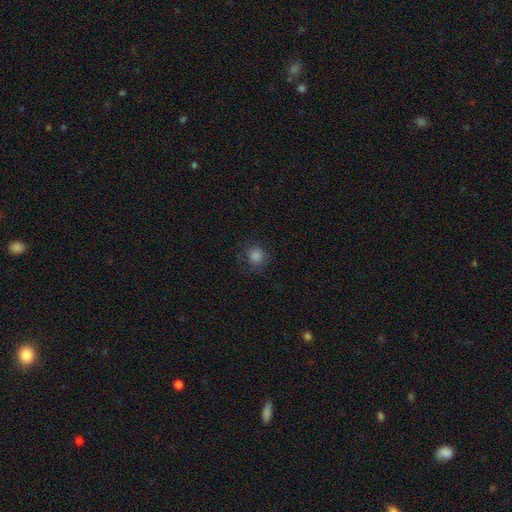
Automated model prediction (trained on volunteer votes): This appears to be a smooth galaxy with no disk features (79%) that is round (91%). Merging: none (78%).